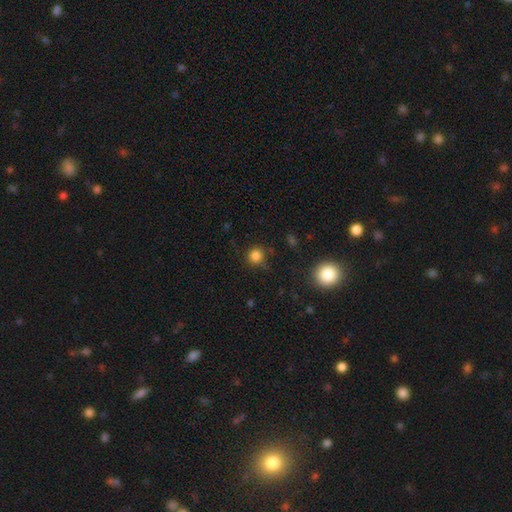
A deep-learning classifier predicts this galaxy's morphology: This appears to be a smooth galaxy with no disk features (82%) that is round (93%). Merging: none (81%).